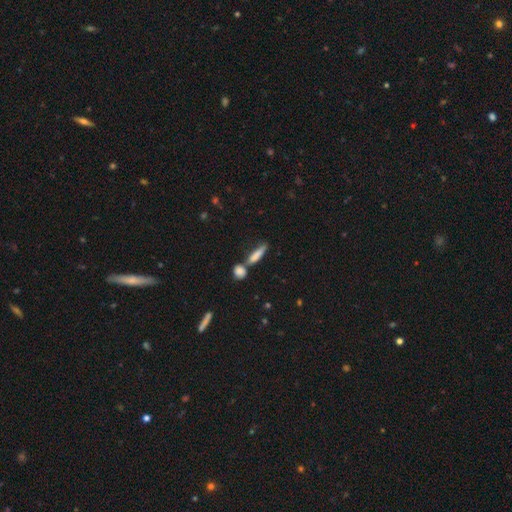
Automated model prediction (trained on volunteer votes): Smooth or featured?
  - smooth: 72% *
  - featured or disk: 18%
  - star or artifact: 10%
How rounded?
  - cigar-shaped: 73% *
  - in between: 22%
  - round: 5%
Merging?
  - none: 56% *
  - merger: 27%
  - minor disturbance: 12%
  - major disturbance: 5%